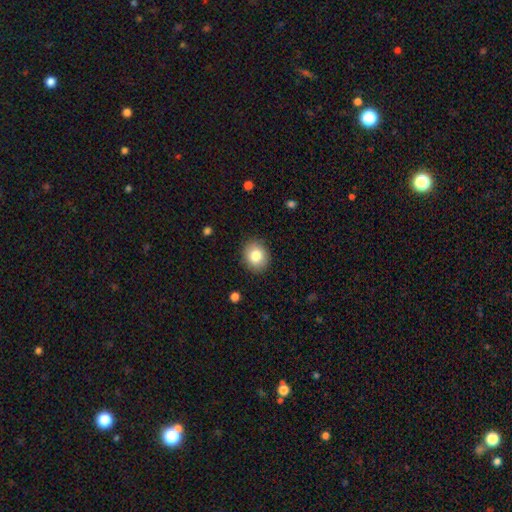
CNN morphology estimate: A smooth galaxy with no disk features (82%) that is round (66%). Merging: none (89%).